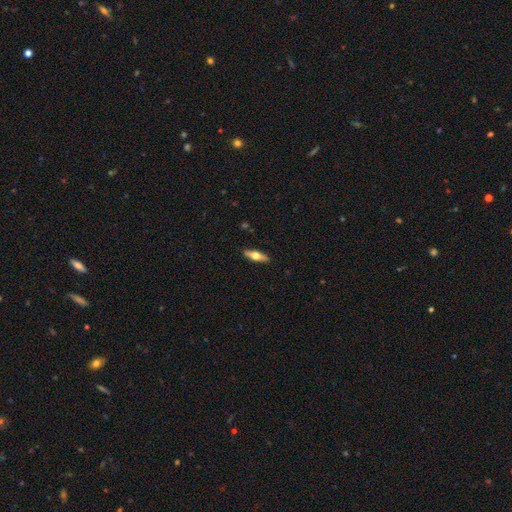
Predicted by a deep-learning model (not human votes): smooth-or-featured: featured or disk: 50% | smooth: 44% | star or artifact: 6%
  disk-edge-on: yes: 90% | no: 10%
  merging: none: 90% | minor disturbance: 7% | major disturbance: 2% | merger: 1%